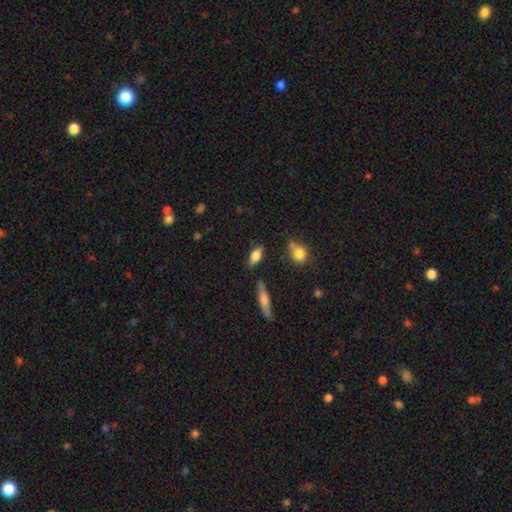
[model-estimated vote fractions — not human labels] A smooth galaxy with no disk features (73%) that is in between round and cigar-shaped (77%). Merging: none (78%).